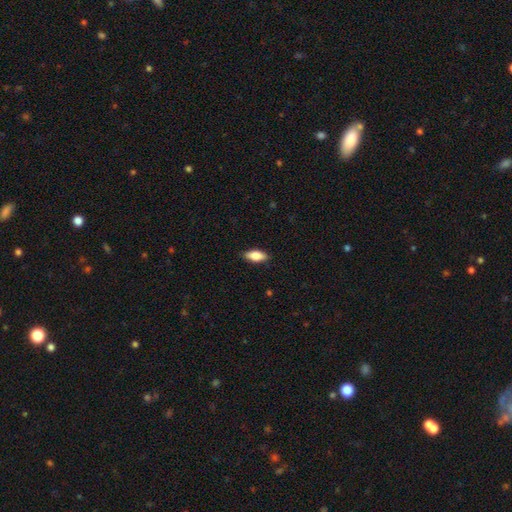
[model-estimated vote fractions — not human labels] Smooth or featured: smooth — 77% (featured or disk — 17%)
How rounded: in between — 82% (cigar-shaped — 16%)
Merging: none — 88% (minor disturbance — 10%)